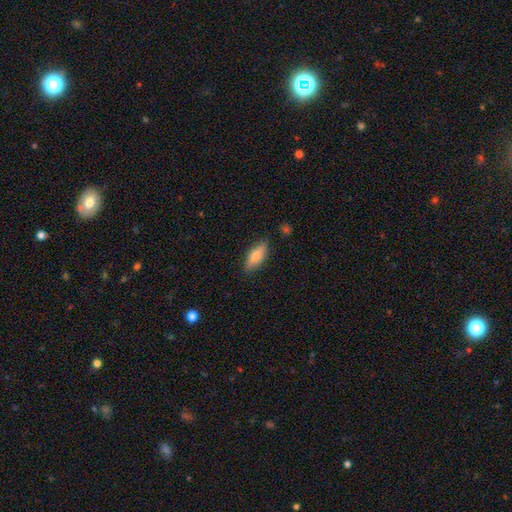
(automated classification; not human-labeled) smooth 71%, featured or disk 22%, star or artifact 7%. Down the decision tree: how rounded — in between (65%); merging — none (84%).